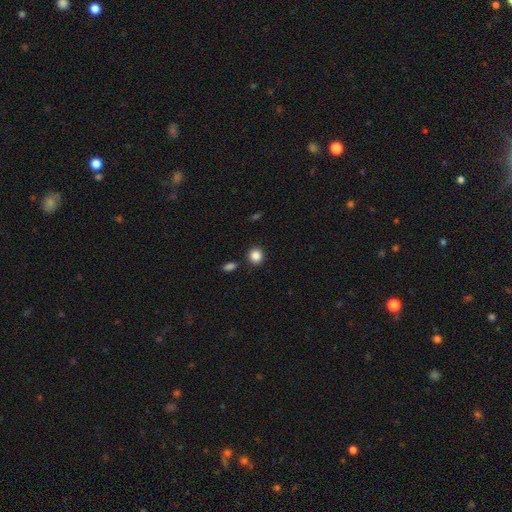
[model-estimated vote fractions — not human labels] Smooth or featured? Predicted: smooth (p=0.87). How rounded? Predicted: round (p=0.86). Merging? Predicted: none (p=0.86).